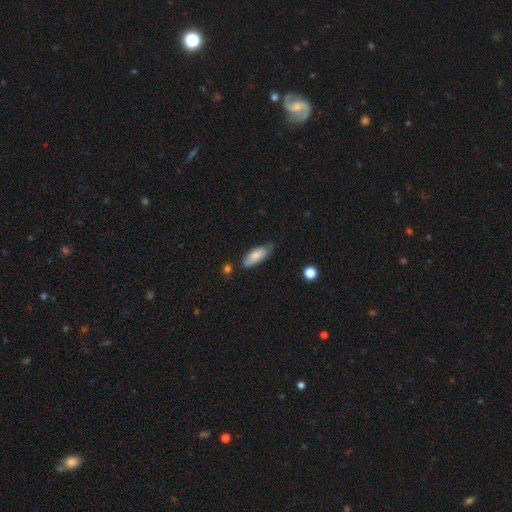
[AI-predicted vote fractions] smooth-or-featured: smooth: 79% | featured or disk: 14% | star or artifact: 6%
  how-rounded: in between: 71% | cigar-shaped: 28% | round: 2%
  merging: none: 62% | minor disturbance: 29% | major disturbance: 5% | merger: 4%